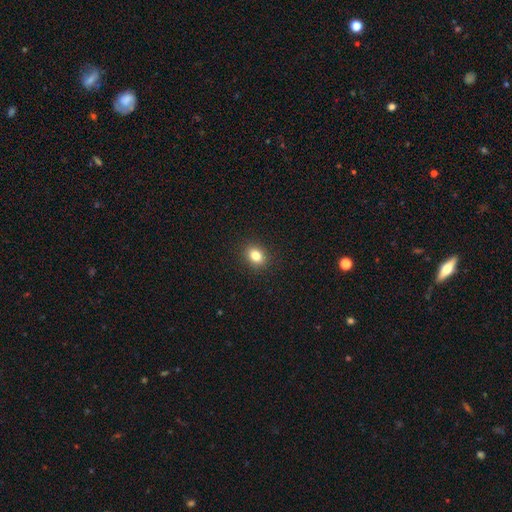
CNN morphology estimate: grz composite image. It shows a smooth galaxy with no disk features (82%) that is in between round and cigar-shaped (55%). Merging: none (90%).